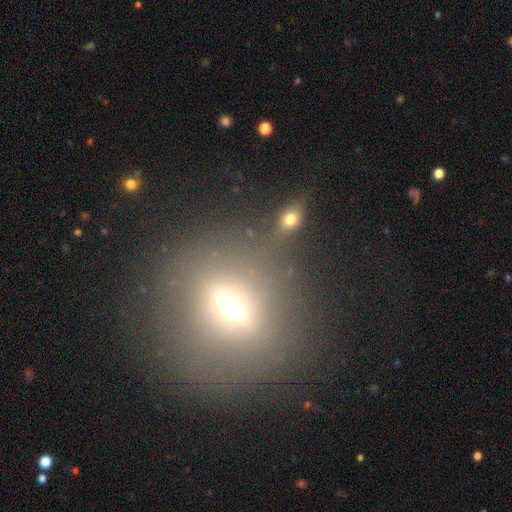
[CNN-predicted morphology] Smooth or featured?
  - featured or disk: 44% *
  - smooth: 36%
  - star or artifact: 20%
Merging?
  - none: 80% *
  - minor disturbance: 10%
  - major disturbance: 6%
  - merger: 5%